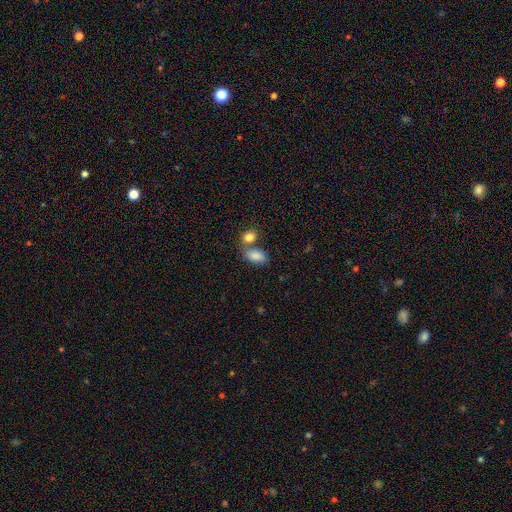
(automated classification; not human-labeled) Q: Smooth or featured?
A: smooth (86%); runner-up: star or artifact (8%)
Q: How rounded?
A: in between (90%); runner-up: round (7%)
Q: Merging?
A: none (48%); runner-up: merger (36%)